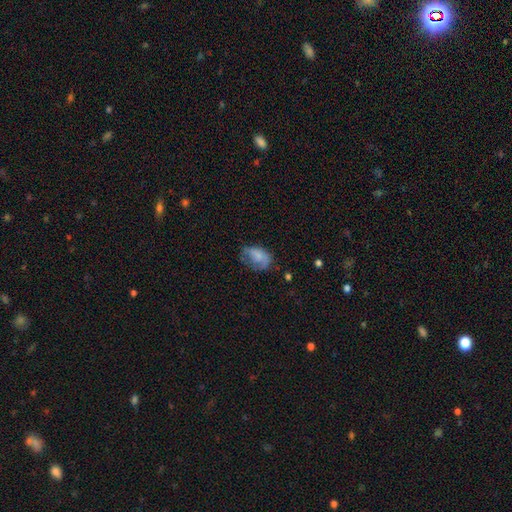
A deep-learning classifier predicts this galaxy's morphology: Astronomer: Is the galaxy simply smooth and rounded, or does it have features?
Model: smooth — 60%.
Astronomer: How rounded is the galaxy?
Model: in between — 83%.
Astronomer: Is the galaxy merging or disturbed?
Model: none — 44% (runner-up: minor disturbance, 32%).